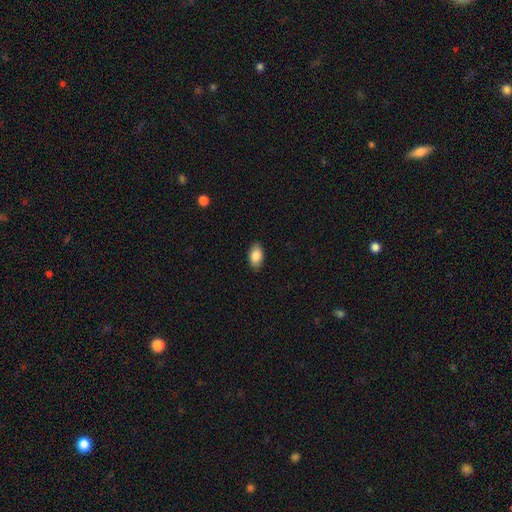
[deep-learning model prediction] smooth 86%, star or artifact 7%, featured or disk 7%. Down the decision tree: how rounded — in between (93%); merging — none (88%).